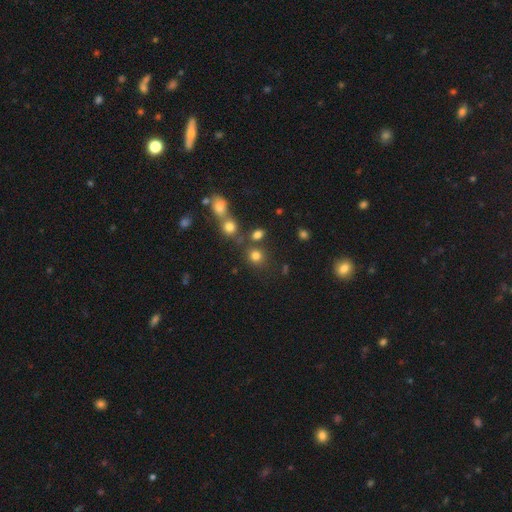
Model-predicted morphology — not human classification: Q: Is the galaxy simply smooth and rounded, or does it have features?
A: smooth — 77%.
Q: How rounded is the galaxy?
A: round — 81%.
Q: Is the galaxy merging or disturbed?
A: none — 70%.